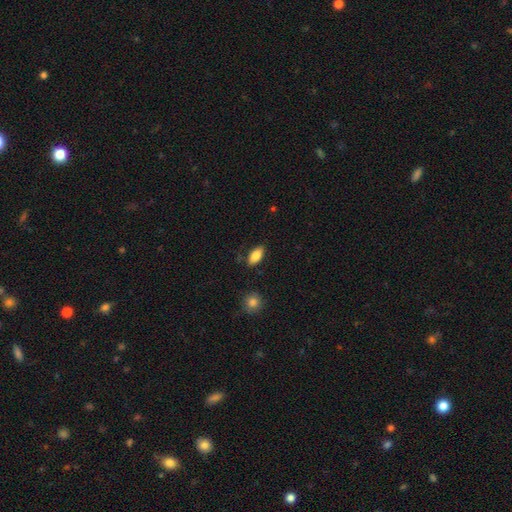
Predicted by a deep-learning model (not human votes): A smooth galaxy with no disk features (83%) that is in between round and cigar-shaped (90%). Merging: none (84%).